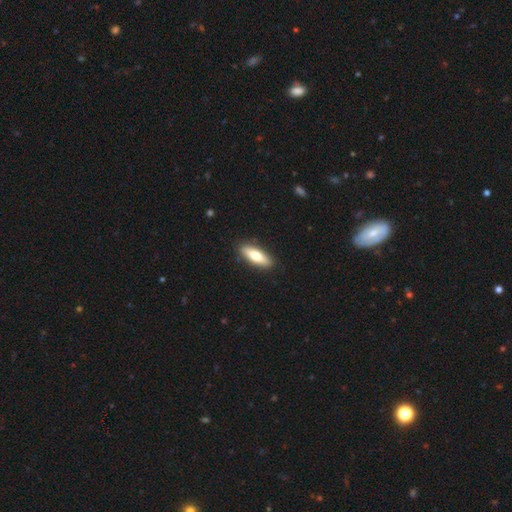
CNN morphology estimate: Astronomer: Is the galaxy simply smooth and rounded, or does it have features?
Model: smooth — 69%.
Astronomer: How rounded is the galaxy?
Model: in between — 54% (runner-up: cigar-shaped, 44%).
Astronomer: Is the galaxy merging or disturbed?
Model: none — 88%.